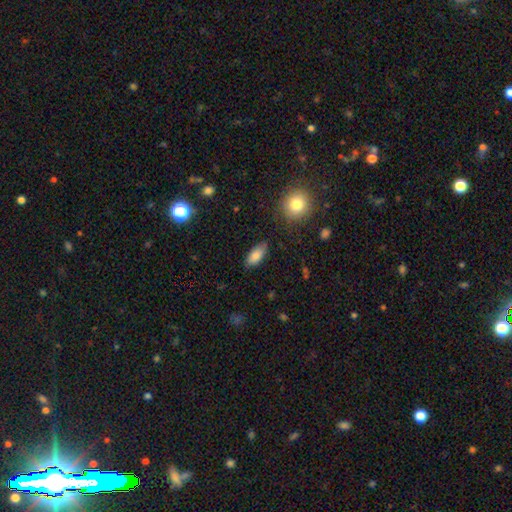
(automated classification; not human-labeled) Smooth or featured? smooth (84%)
How rounded? in between (86%)
Merging? none (81%)